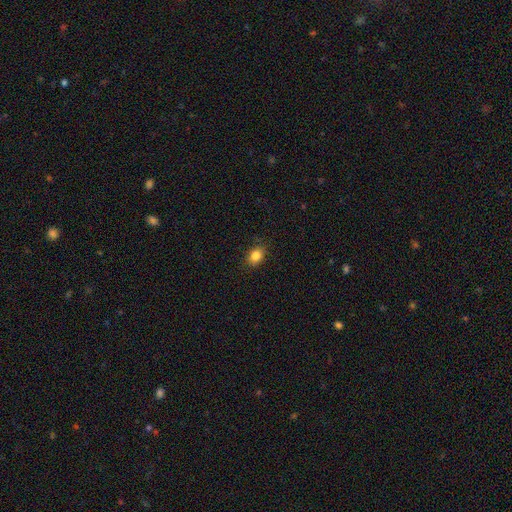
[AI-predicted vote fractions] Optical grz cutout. It shows a smooth galaxy with no disk features (85%) that is in between round and cigar-shaped (64%). Merging: none (87%).